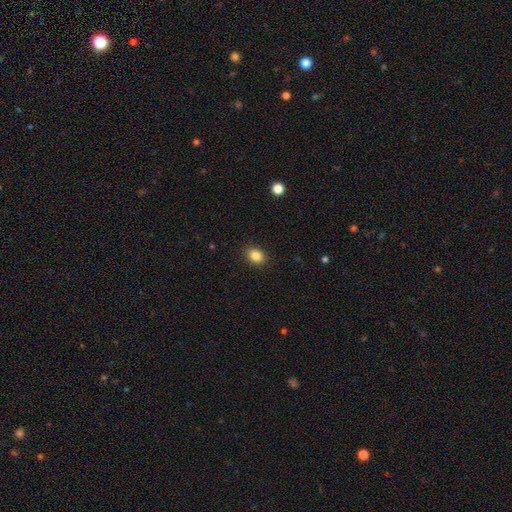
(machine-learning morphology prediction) Smooth or featured?
  - smooth: 86% *
  - star or artifact: 10%
  - featured or disk: 4%
How rounded?
  - in between: 65% *
  - round: 34%
  - cigar-shaped: 1%
Merging?
  - none: 89% *
  - minor disturbance: 8%
  - major disturbance: 2%
  - merger: 1%